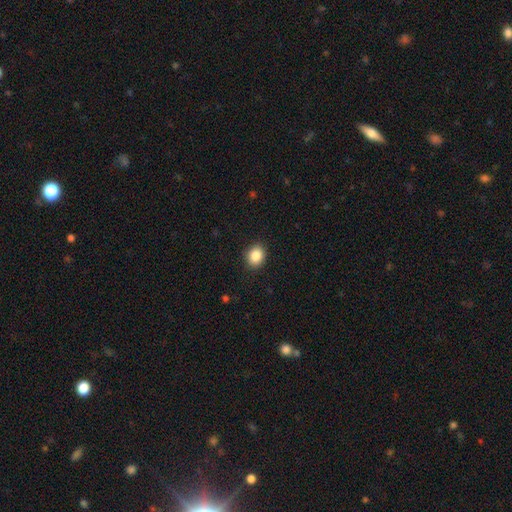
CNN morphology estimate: A smooth galaxy with no disk features (87%) that is round (60%). Merging: none (89%).